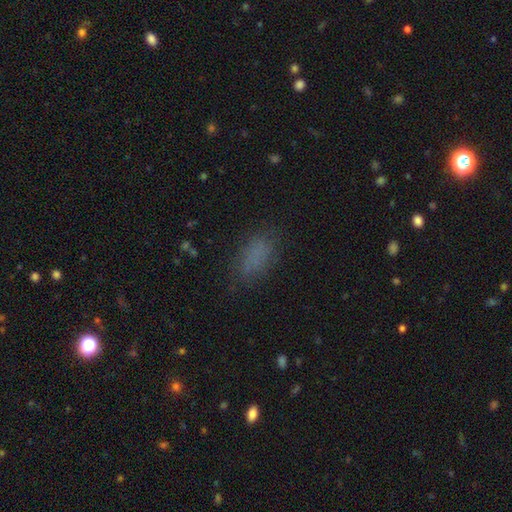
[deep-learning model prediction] This appears to be a smooth galaxy with no disk features (78%) that is in between round and cigar-shaped (87%). Merging: none (76%).